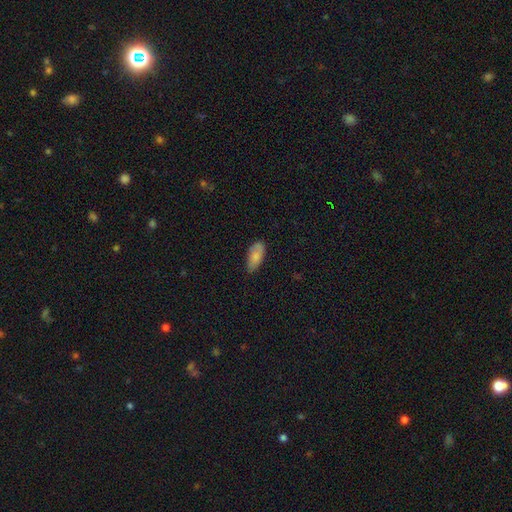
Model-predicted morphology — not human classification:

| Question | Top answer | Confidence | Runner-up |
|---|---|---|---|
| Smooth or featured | smooth | 82% | featured or disk (11%) |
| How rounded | in between | 90% | cigar-shaped (8%) |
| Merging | none | 76% | minor disturbance (20%) |